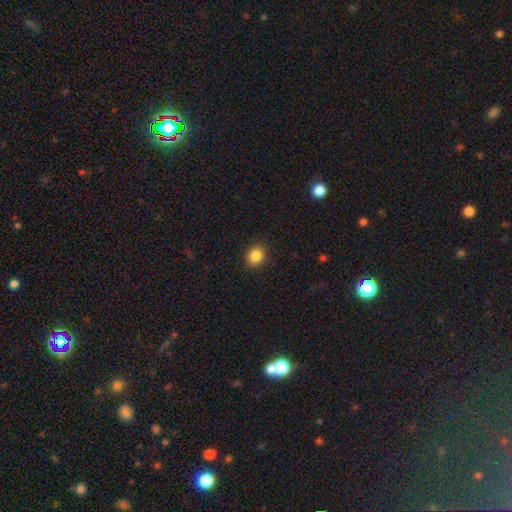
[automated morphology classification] smooth 86%, star or artifact 10%, featured or disk 4%. Down the decision tree: how rounded — round (73%); merging — none (90%).